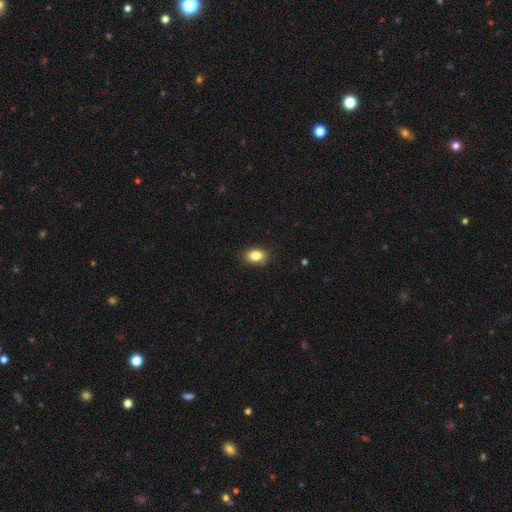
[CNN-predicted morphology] A smooth galaxy with no disk features (84%) that is in between round and cigar-shaped (81%). Merging: none (87%).